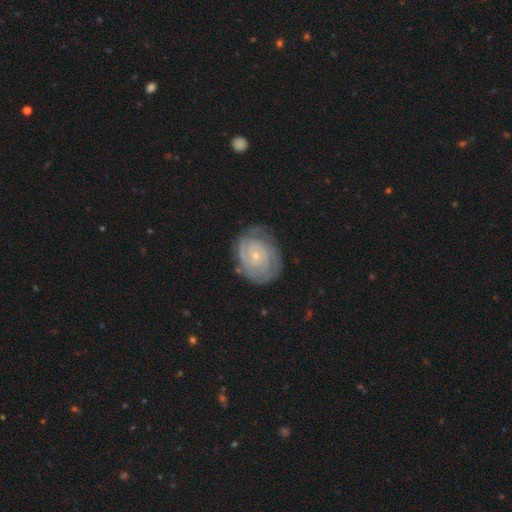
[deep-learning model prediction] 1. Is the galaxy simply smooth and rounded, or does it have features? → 82% featured or disk, 12% smooth, 6% star or artifact.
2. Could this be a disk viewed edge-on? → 98% no, 2% yes.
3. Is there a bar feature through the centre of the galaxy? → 77% no, 19% weak, 4% strong.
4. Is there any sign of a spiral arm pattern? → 95% yes, 5% no.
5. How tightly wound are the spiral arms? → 79% tight, 18% medium, 4% loose.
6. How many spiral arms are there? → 37% 2, 29% can't tell, 17% 3, 8% 4, 5% 1, 5% more than 4.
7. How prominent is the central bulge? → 80% small, 15% moderate, 2% none, 1% large, 1% dominant.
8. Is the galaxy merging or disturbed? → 75% none, 18% minor disturbance, 6% major disturbance, 1% merger.